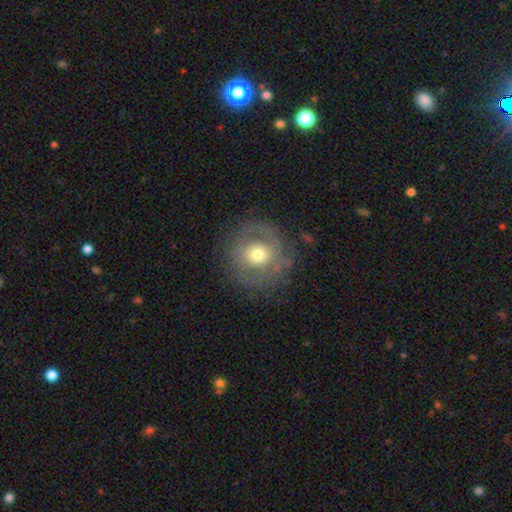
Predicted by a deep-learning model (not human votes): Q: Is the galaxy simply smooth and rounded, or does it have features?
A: featured or disk — 51%.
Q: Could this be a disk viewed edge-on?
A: no — 94%.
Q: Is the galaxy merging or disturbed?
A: none — 83%.